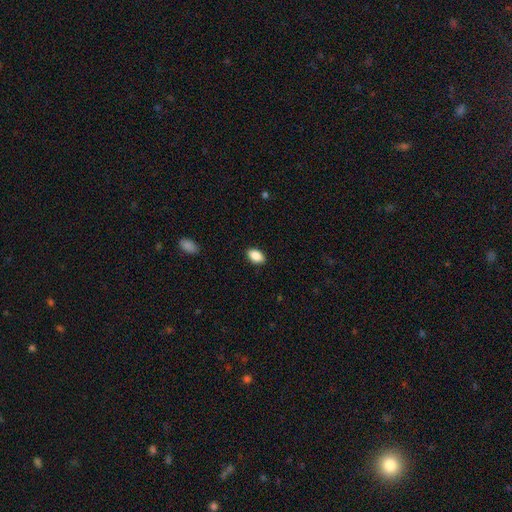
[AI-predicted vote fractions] A smooth galaxy with no disk features (89%) that is in between round and cigar-shaped (90%).

Vote fractions:
- Smooth or featured? smooth: 89% / star or artifact: 7% / featured or disk: 4%
- How rounded? in between: 90% / round: 9% / cigar-shaped: 1%
- Merging? none: 89% / minor disturbance: 8% / major disturbance: 2% / merger: 1%